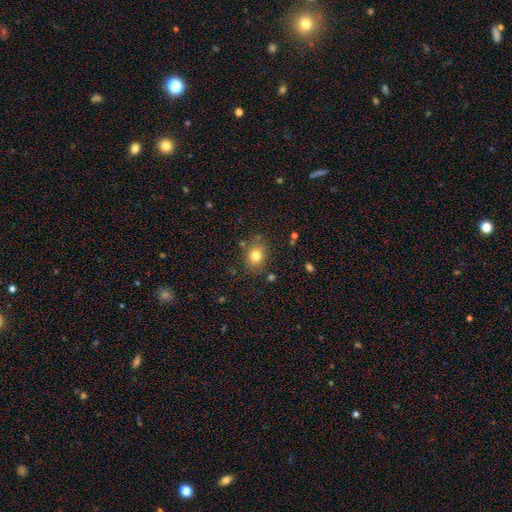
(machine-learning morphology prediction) Smooth or featured? smooth (79%)
How rounded? in between (50%)
Merging? none (81%)